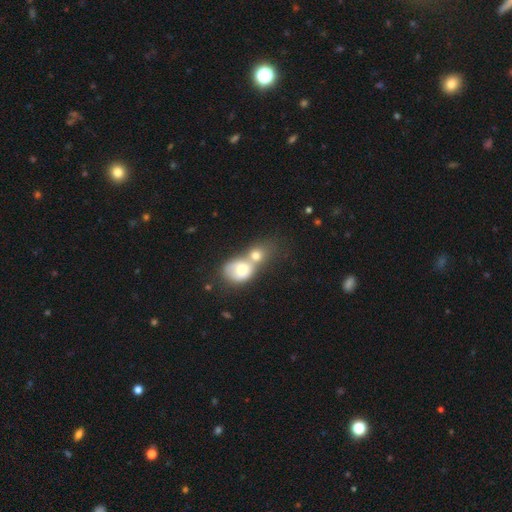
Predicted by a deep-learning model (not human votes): smooth-or-featured: smooth: 70% | featured or disk: 21% | star or artifact: 9%
  how-rounded: round: 57% | in between: 41% | cigar-shaped: 2%
  merging: merger: 75% | none: 16% | minor disturbance: 5% | major disturbance: 4%